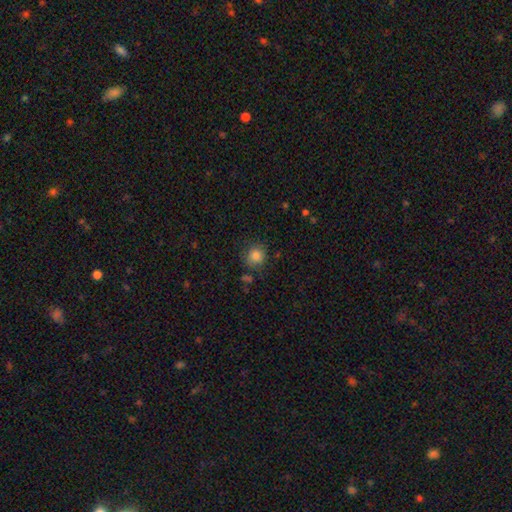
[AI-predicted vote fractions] Q: Smooth or featured?
A: smooth (84%); runner-up: star or artifact (10%)
Q: How rounded?
A: round (86%); runner-up: in between (13%)
Q: Merging?
A: none (77%); runner-up: minor disturbance (14%)